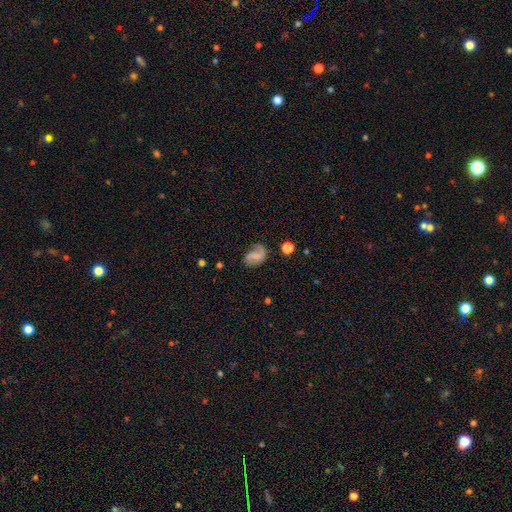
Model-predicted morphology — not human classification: A featured or disk galaxy (64%) with a weak bar (42%), 2 (67%) loose (51%) spiral arms (90%) and no central bulge (55%).

Vote fractions:
- Smooth or featured? featured or disk: 64% / smooth: 27% / star or artifact: 9%
- Edge-on disk? no: 98% / yes: 2%
- Bar? weak: 42% / no: 39% / strong: 19%
- Spiral arms? yes: 90% / no: 10%
- Spiral winding? loose: 51% / medium: 36% / tight: 13%
- Spiral arm count? 2: 67% / 1: 26% / can't tell: 5% / 3: 1% / 4: 1% / more than 4: 1%
- Bulge size? none: 55% / small: 31% / moderate: 10% / large: 2% / dominant: 1%
- Merging? none: 58% / minor disturbance: 23% / major disturbance: 16% / merger: 3%